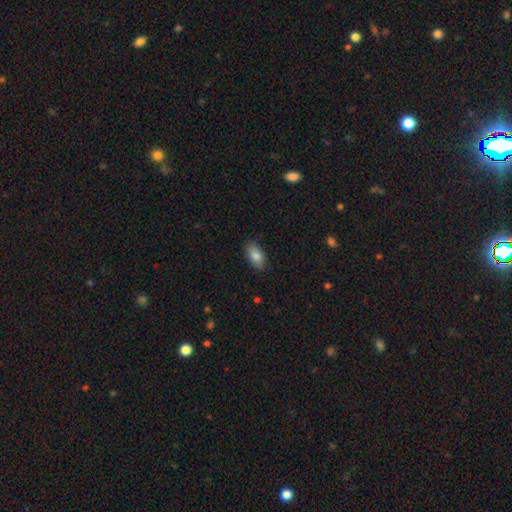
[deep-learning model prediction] smooth 84%, featured or disk 9%, star or artifact 7%. Down the decision tree: how rounded — in between (91%); merging — none (84%).